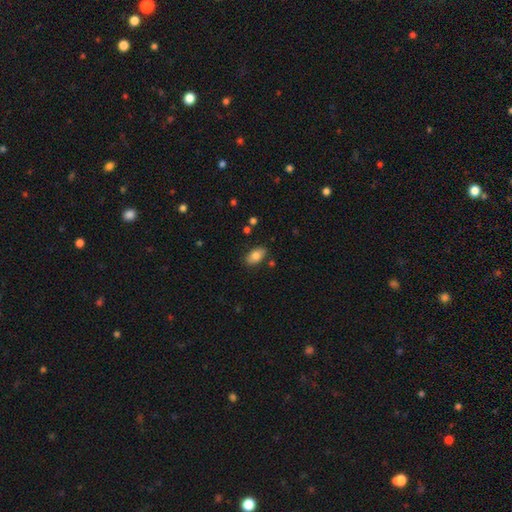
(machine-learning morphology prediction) Smooth or featured? Predicted: smooth (p=0.80). How rounded? Predicted: in between (p=0.92). Merging? Predicted: none (p=0.84).